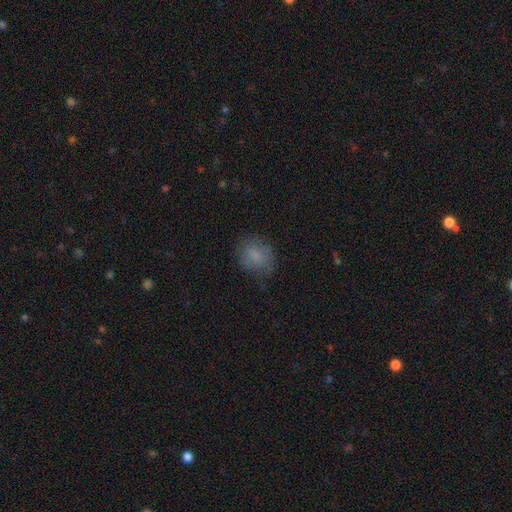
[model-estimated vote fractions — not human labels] Smooth or featured: smooth — 80% (featured or disk — 11%)
How rounded: round — 57% (in between — 42%)
Merging: none — 72% (minor disturbance — 20%)